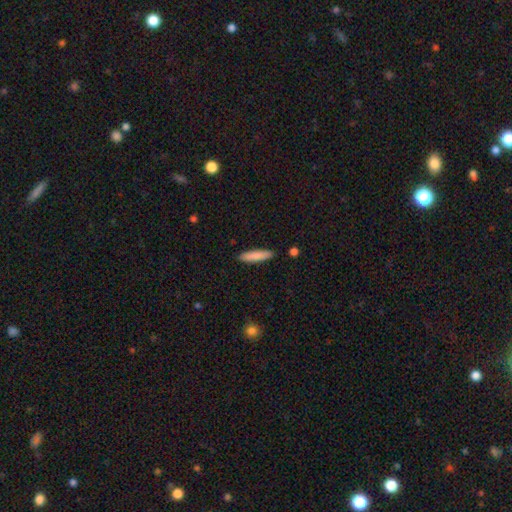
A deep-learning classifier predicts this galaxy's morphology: A smooth galaxy with no disk features (84%) that is cigar-shaped (80%). Merging: none (88%).